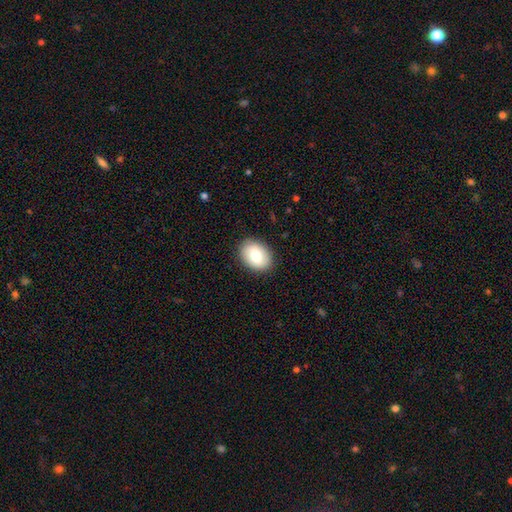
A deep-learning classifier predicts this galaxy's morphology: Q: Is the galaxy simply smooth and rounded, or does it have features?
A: smooth — 81%.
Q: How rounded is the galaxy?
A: in between — 74%.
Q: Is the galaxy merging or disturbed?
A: none — 89%.